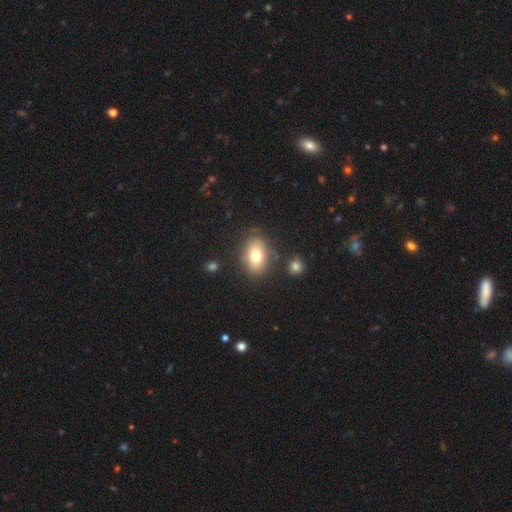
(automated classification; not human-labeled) Overall: smooth (75%). How rounded: in between (79%). Merging: none (79%).